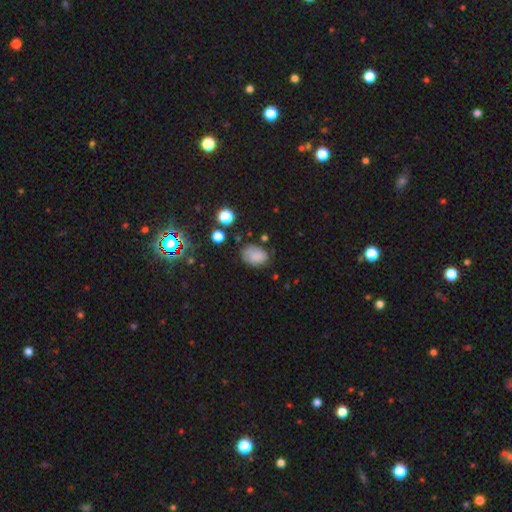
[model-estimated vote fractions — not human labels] smooth 80%, star or artifact 12%, featured or disk 8%. Down the decision tree: how rounded — in between (77%); merging — none (65%).